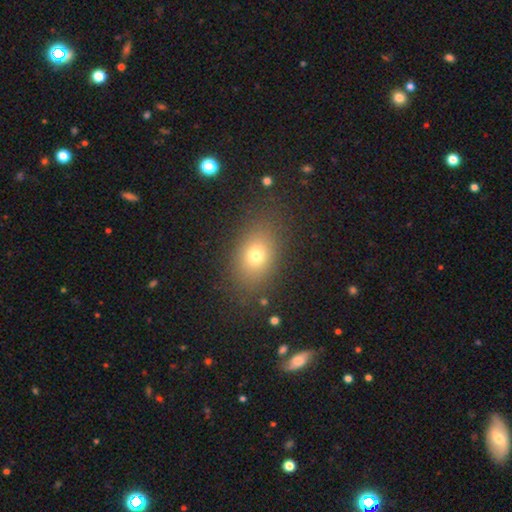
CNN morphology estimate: Smooth or featured?
  - smooth: 72% *
  - star or artifact: 15%
  - featured or disk: 13%
How rounded?
  - in between: 72% *
  - round: 26%
  - cigar-shaped: 2%
Merging?
  - none: 84% *
  - minor disturbance: 10%
  - major disturbance: 5%
  - merger: 2%